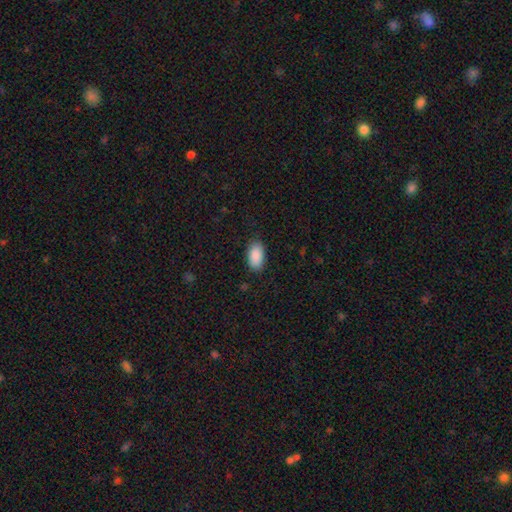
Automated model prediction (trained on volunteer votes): This appears to be a smooth galaxy with no disk features (90%) that is in between round and cigar-shaped (94%). Merging: none (86%).